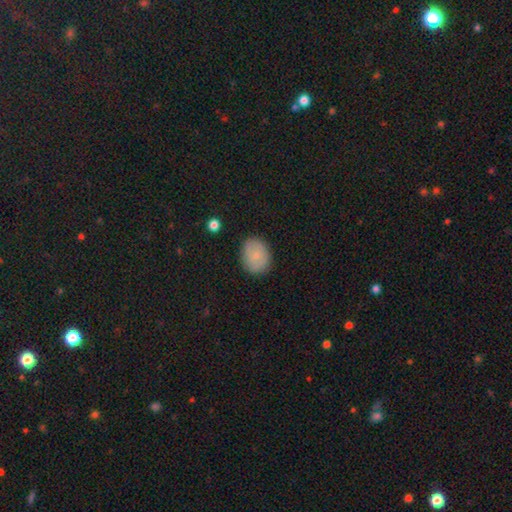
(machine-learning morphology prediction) This is clearly a smooth galaxy (81%). How rounded: possibly round (52%). Merging: clearly none (85%).